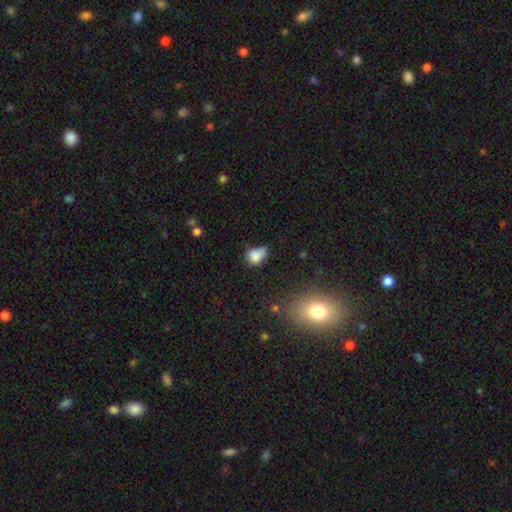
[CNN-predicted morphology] Overall: smooth (76%). How rounded: in between (69%). Merging: minor disturbance (35%; none 30%).